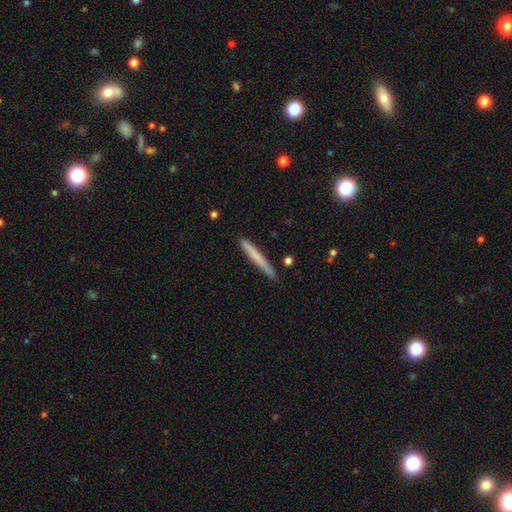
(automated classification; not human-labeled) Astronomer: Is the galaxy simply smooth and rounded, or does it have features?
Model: smooth — 68%.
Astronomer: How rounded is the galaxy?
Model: cigar-shaped — 97%.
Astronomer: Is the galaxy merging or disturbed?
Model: none — 86%.